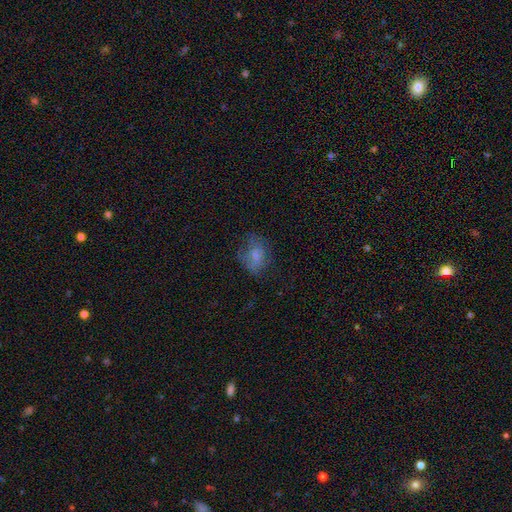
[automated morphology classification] This appears to be a smooth galaxy with no disk features (62%) that is in between round and cigar-shaped (61%). Merging: none (51%).